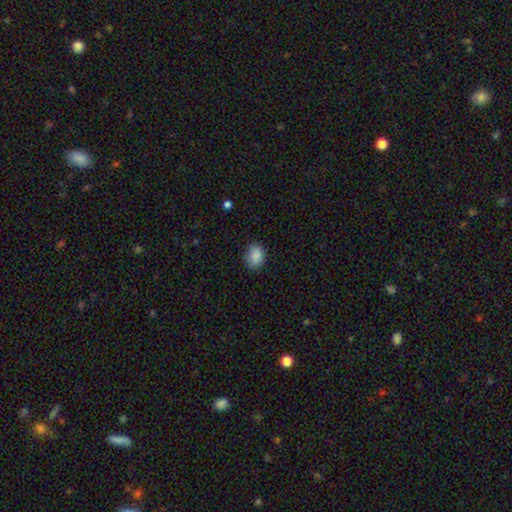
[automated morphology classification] smooth-or-featured: smooth: 88% | star or artifact: 8% | featured or disk: 4%
  how-rounded: in between: 65% | round: 34% | cigar-shaped: 1%
  merging: none: 78% | minor disturbance: 17% | major disturbance: 3% | merger: 1%